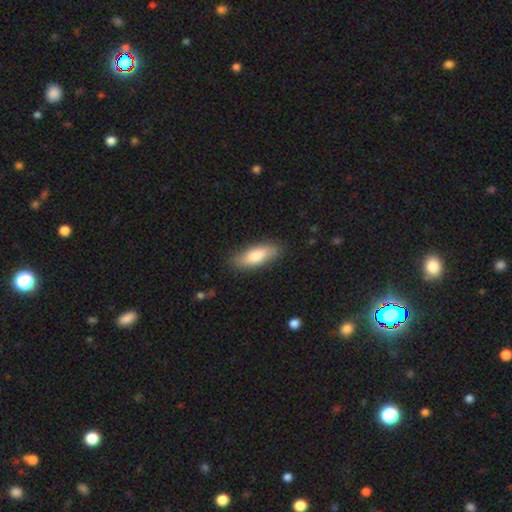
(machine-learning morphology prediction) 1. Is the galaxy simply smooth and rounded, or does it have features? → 78% smooth, 16% featured or disk, 6% star or artifact.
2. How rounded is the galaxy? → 69% in between, 29% cigar-shaped, 2% round.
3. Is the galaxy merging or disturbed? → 85% none, 12% minor disturbance, 2% major disturbance, 1% merger.